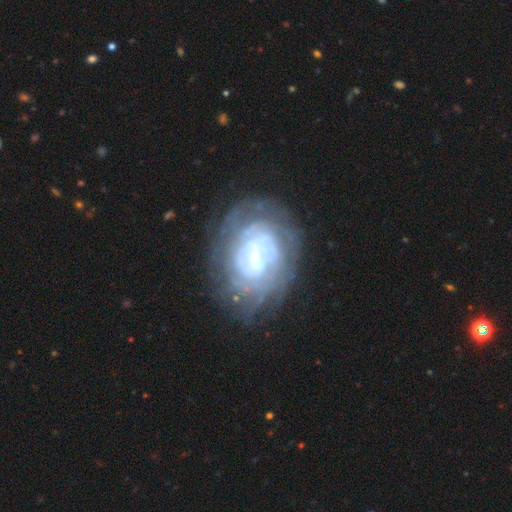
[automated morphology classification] smooth_or_featured: featured or disk (p=0.80) [alt: smooth p=0.13]
disk_edge_on: no (p=0.97) [alt: yes p=0.03]
bar: weak (p=0.42) [alt: no p=0.41]
has_spiral_arms: yes (p=0.86) [alt: no p=0.14]
spiral_winding: tight (p=0.76) [alt: medium p=0.18]
spiral_arm_count: can't tell (p=0.56) [alt: 2 p=0.12]
bulge_size: small (p=0.69) [alt: moderate p=0.15]
merging: none (p=0.72) [alt: minor disturbance p=0.17]